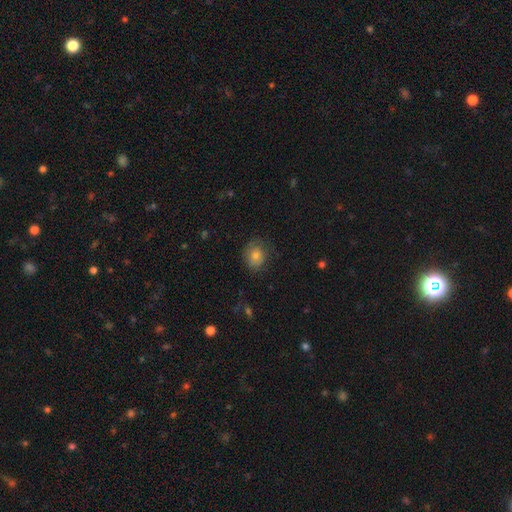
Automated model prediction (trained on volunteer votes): Smooth or featured? smooth (75%)
How rounded? round (64%)
Merging? none (73%)